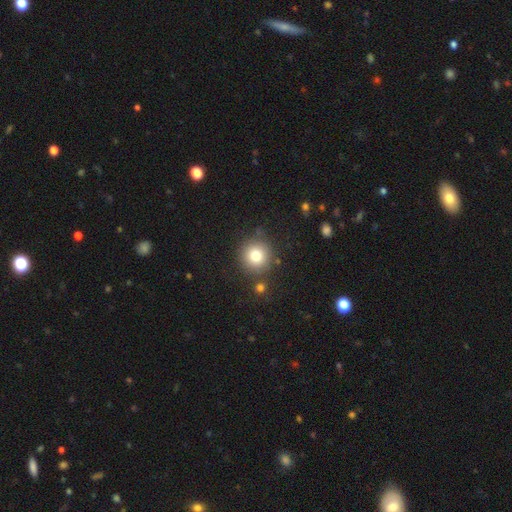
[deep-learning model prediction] Overall: smooth (78%). How rounded: round (94%). Merging: none (85%).